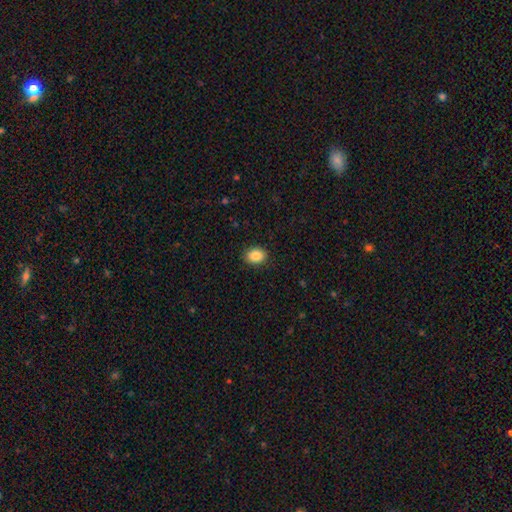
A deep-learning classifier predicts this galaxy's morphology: type=smooth (88%); roundness=in between (66%); merging=none (89%).